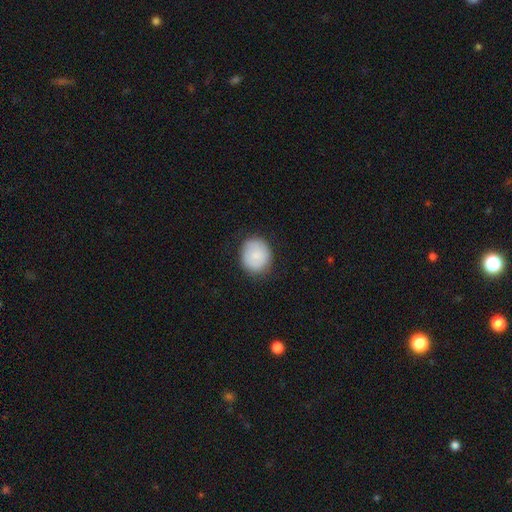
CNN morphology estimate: Smooth or featured? Predicted: smooth (p=0.81). How rounded? Predicted: round (p=0.77). Merging? Predicted: none (p=0.82).